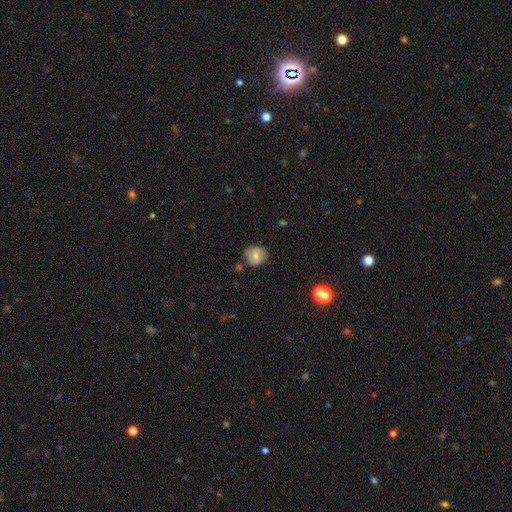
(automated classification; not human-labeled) This is possibly a smooth galaxy (53%). How rounded: likely round (77%). Merging: likely none (69%).